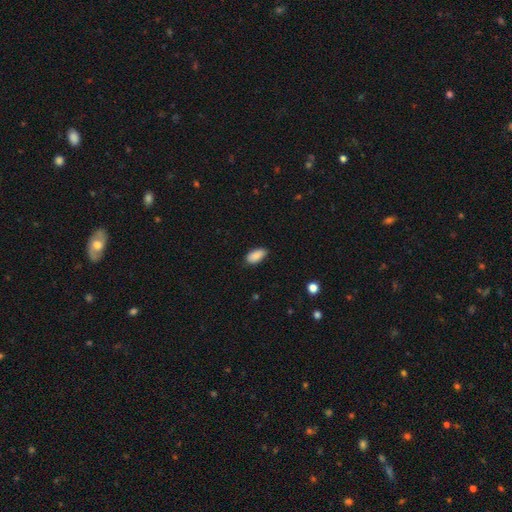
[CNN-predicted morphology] Smooth or featured? smooth (88%)
How rounded? in between (93%)
Merging? none (80%)